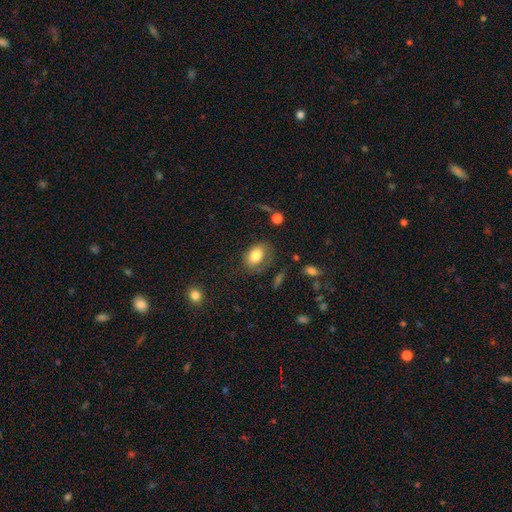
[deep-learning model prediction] Smooth or featured: smooth — 76% (featured or disk — 15%)
How rounded: in between — 81% (round — 17%)
Merging: none — 58% (minor disturbance — 25%)